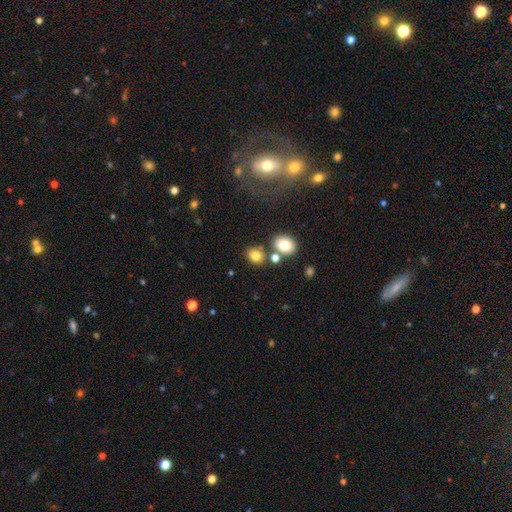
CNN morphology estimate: Smooth or featured? Predicted: smooth (p=0.80). How rounded? Predicted: round (p=0.55). Merging? Predicted: none (p=0.68).